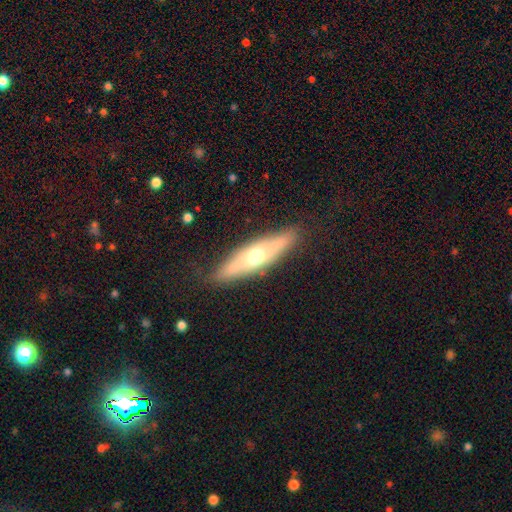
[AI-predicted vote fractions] This is possibly a featured or disk galaxy (49%). Merging: clearly none (83%).